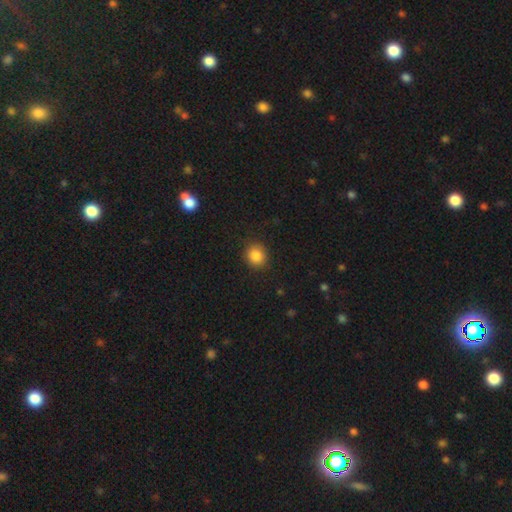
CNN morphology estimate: type=smooth (86%); roundness=round (82%); merging=none (89%).